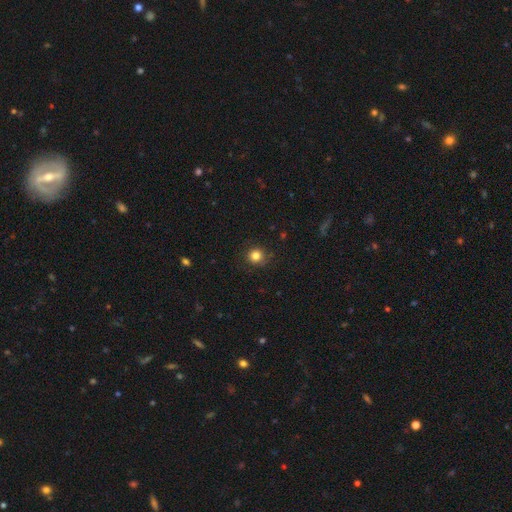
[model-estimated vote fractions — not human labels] A smooth galaxy with no disk features (83%) that is round (91%).

Vote fractions:
- Smooth or featured? smooth: 83% / star or artifact: 12% / featured or disk: 5%
- How rounded? round: 91% / in between: 8% / cigar-shaped: 1%
- Merging? none: 86% / minor disturbance: 10% / major disturbance: 3% / merger: 1%